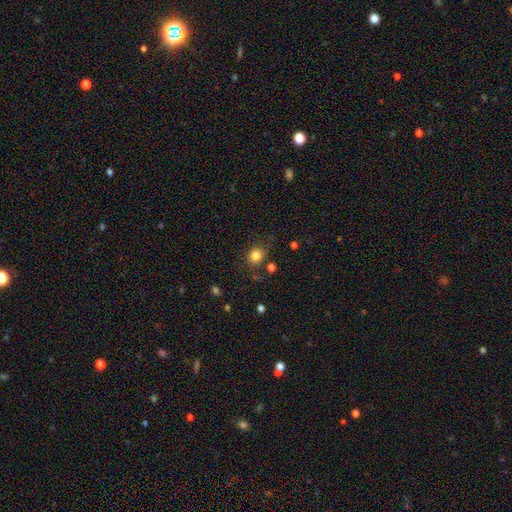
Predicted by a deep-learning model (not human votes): This appears to be a smooth galaxy with no disk features (82%) that is round (76%). Merging: none (75%).